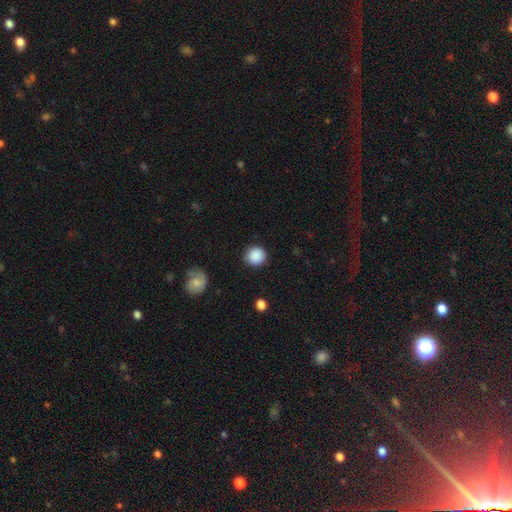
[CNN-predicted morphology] This is clearly a smooth galaxy (88%). How rounded: clearly round (93%). Merging: clearly none (88%).